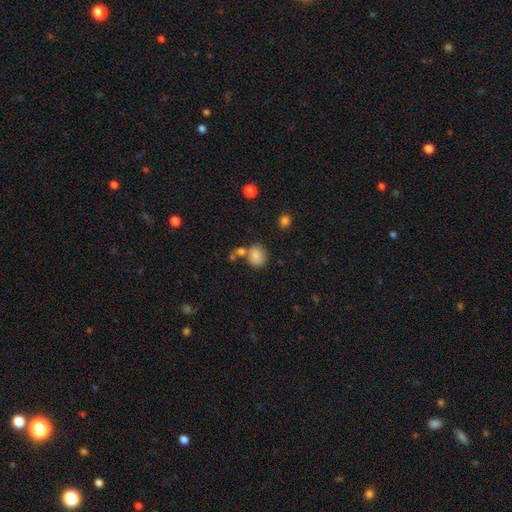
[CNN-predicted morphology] Smooth or featured: smooth — 81% (star or artifact — 10%)
How rounded: round — 54% (in between — 45%)
Merging: none — 46% (merger — 31%)